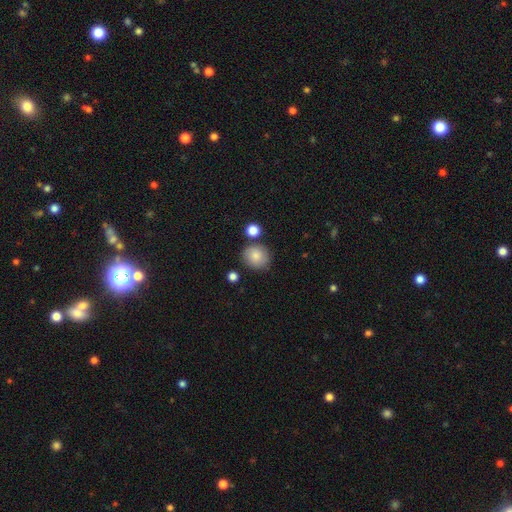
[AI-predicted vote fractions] Smooth or featured? Predicted: smooth (p=0.84). How rounded? Predicted: round (p=0.75). Merging? Predicted: none (p=0.77).